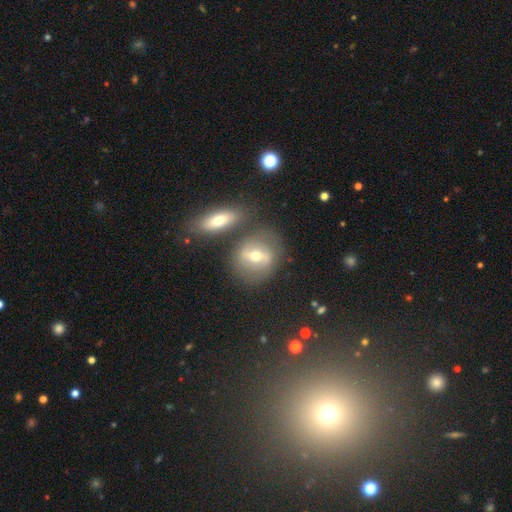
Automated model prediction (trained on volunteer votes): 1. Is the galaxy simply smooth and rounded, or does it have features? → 46% featured or disk, 44% smooth, 10% star or artifact.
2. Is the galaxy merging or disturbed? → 68% none, 14% merger, 13% minor disturbance, 5% major disturbance.